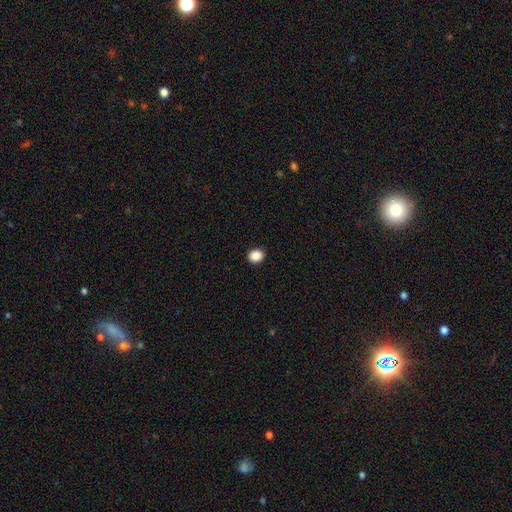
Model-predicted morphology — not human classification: type=smooth (88%); roundness=round (75%); merging=none (92%).